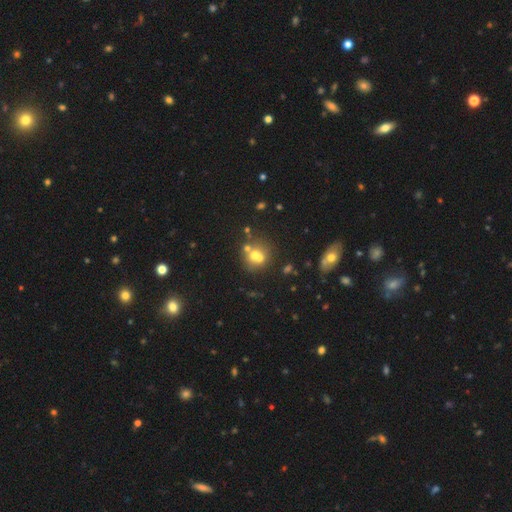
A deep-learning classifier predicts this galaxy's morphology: Q: Smooth or featured?
A: smooth (56%); runner-up: featured or disk (28%)
Q: How rounded?
A: round (79%); runner-up: in between (20%)
Q: Merging?
A: merger (46%); runner-up: none (40%)